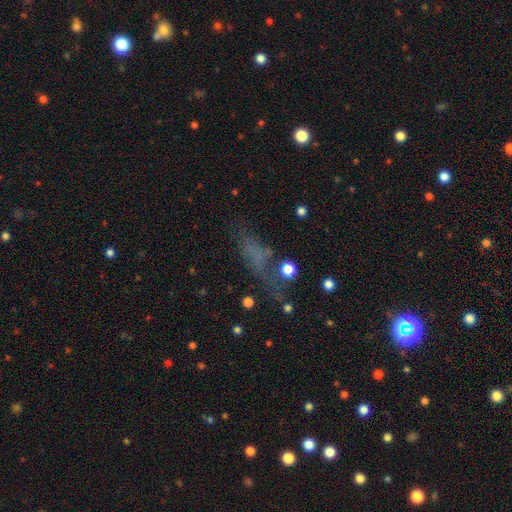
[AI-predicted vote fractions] smooth-or-featured: smooth: 48% | star or artifact: 26% | featured or disk: 26%
  merging: none: 48% | major disturbance: 23% | minor disturbance: 22% | merger: 6%